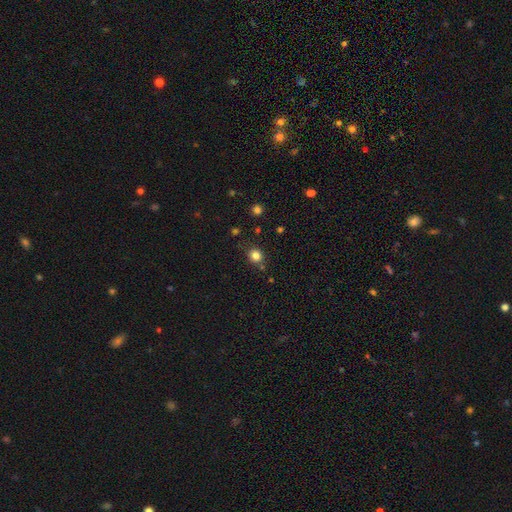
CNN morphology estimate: Q: Smooth or featured?
A: smooth (81%); runner-up: star or artifact (14%)
Q: How rounded?
A: round (83%); runner-up: in between (16%)
Q: Merging?
A: none (79%); runner-up: minor disturbance (12%)